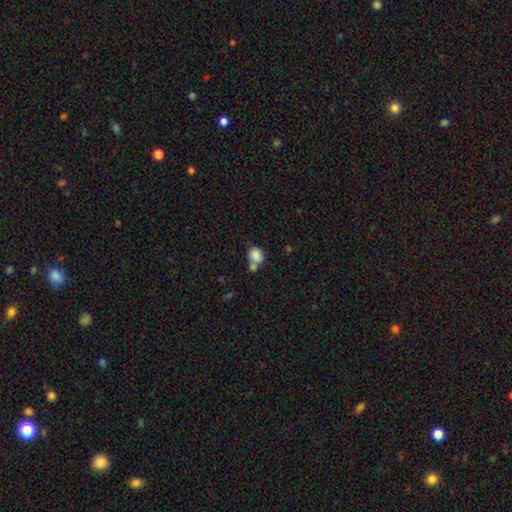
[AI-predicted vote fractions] Q: Smooth or featured?
A: smooth (84%); runner-up: star or artifact (9%)
Q: How rounded?
A: round (66%); runner-up: in between (33%)
Q: Merging?
A: merger (43%); runner-up: none (38%)